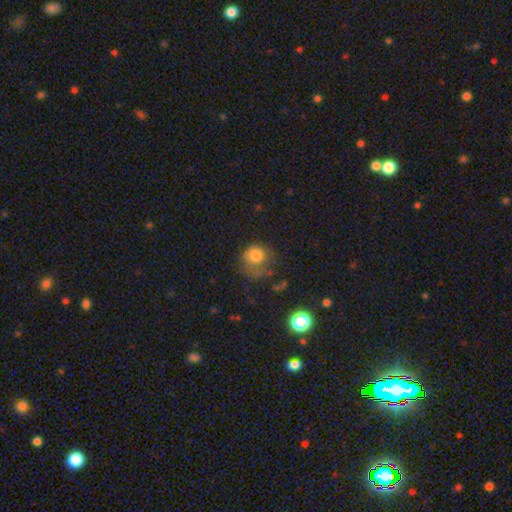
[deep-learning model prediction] This appears to be a smooth galaxy with no disk features (75%) that is round (80%). Merging: none (42%).